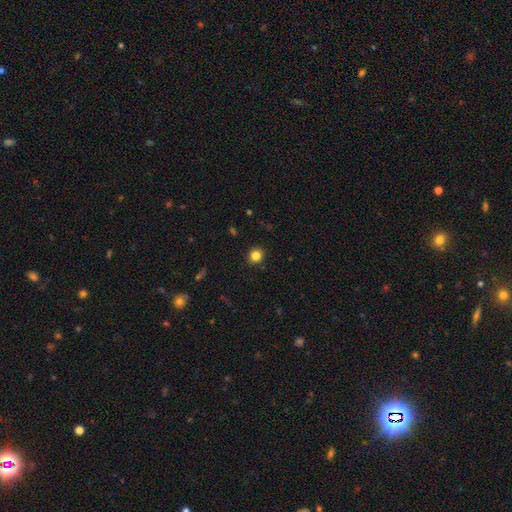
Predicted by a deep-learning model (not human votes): smooth_or_featured: smooth (p=0.83) [alt: star or artifact p=0.12]
how_rounded: round (p=0.84) [alt: in between p=0.15]
merging: none (p=0.91) [alt: minor disturbance p=0.06]